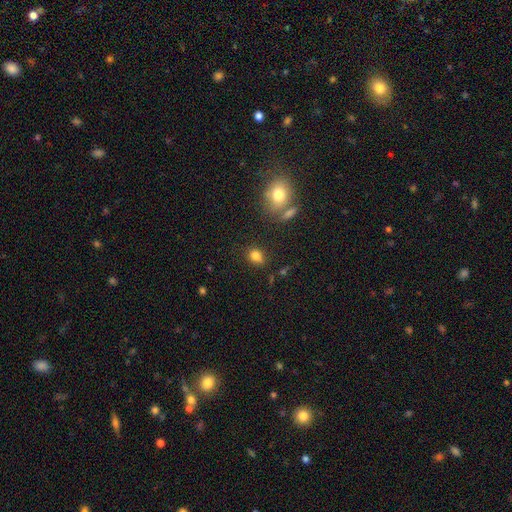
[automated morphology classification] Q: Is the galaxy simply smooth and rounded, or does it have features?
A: smooth — 82%.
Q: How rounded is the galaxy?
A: in between — 58%.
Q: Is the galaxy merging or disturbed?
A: none — 74%.